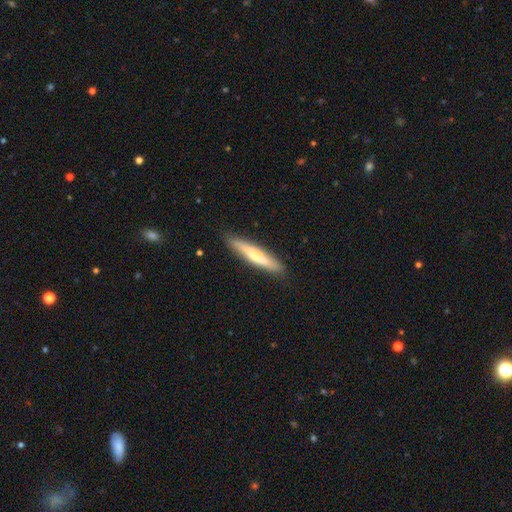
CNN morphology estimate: This is possibly a smooth galaxy (56%). How rounded: clearly cigar-shaped (90%). Merging: clearly none (88%).